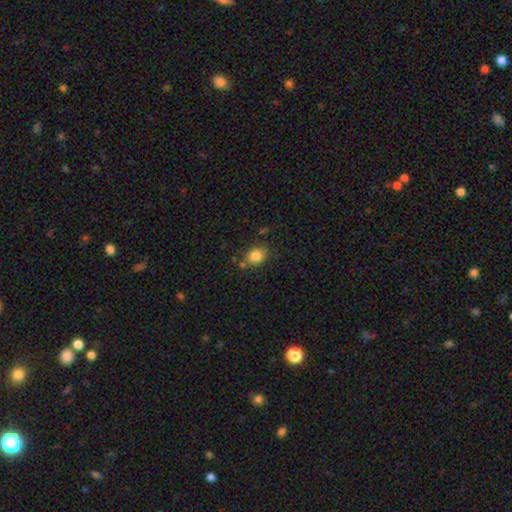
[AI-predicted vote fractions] The model was most divided on "how rounded": round: 50%, in between: 49%, cigar-shaped: 1%. More confident: smooth or featured — smooth (83%); merging — none (74%).